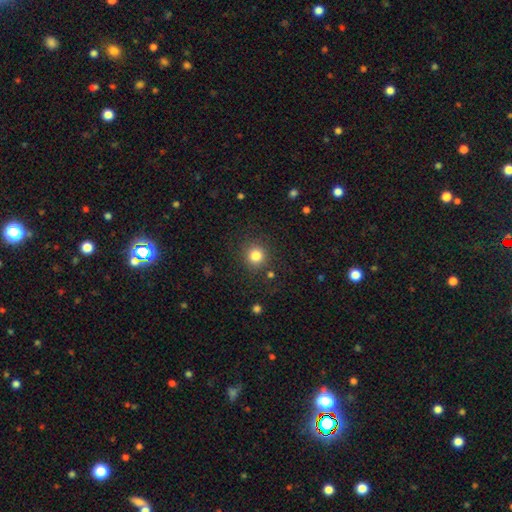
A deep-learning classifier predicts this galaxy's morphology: Overall: smooth (82%). How rounded: round (92%). Merging: none (87%).